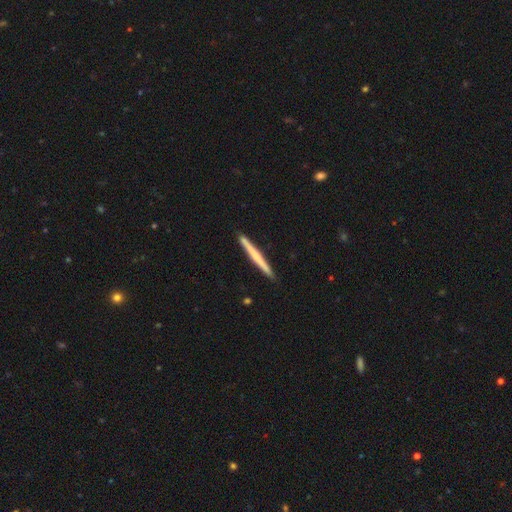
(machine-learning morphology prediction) Smooth or featured: featured or disk — 48% (smooth — 47%)
Merging: none — 91% (minor disturbance — 6%)